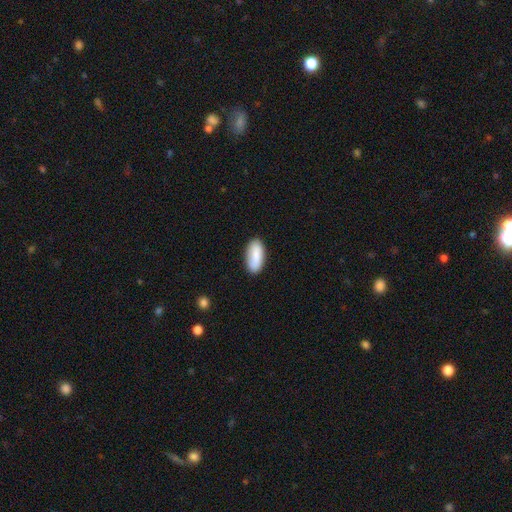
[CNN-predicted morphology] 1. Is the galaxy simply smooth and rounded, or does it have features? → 85% smooth, 9% featured or disk, 6% star or artifact.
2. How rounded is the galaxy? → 90% in between, 8% cigar-shaped, 2% round.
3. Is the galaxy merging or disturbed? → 85% none, 11% minor disturbance, 2% major disturbance, 1% merger.